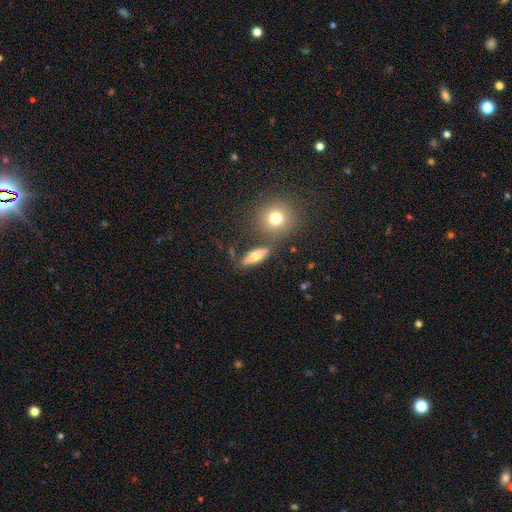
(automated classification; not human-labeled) Q: Smooth or featured?
A: smooth (70%); runner-up: featured or disk (19%)
Q: How rounded?
A: in between (56%); runner-up: cigar-shaped (33%)
Q: Merging?
A: none (74%); runner-up: minor disturbance (13%)